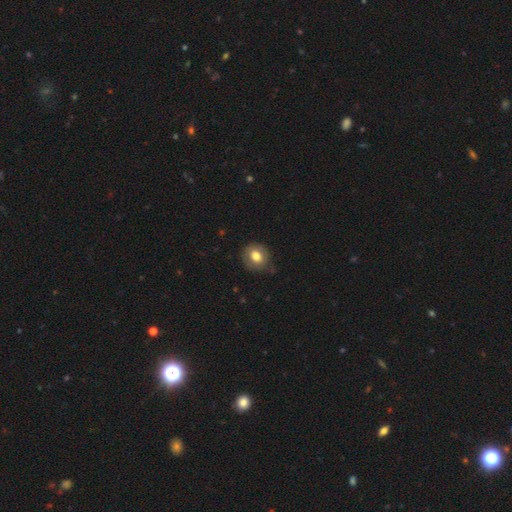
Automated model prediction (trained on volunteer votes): Q: Smooth or featured?
A: smooth (74%); runner-up: featured or disk (18%)
Q: How rounded?
A: round (73%); runner-up: in between (26%)
Q: Merging?
A: none (75%); runner-up: minor disturbance (19%)